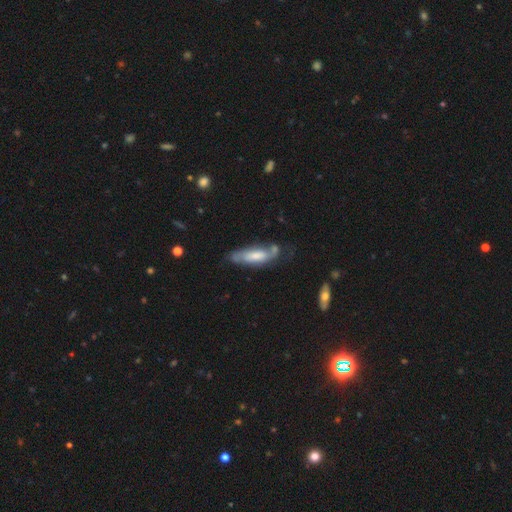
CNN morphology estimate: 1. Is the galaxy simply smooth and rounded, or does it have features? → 47% featured or disk (tied), 47% smooth (tied), 6% star or artifact.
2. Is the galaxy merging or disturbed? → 46% none, 28% minor disturbance, 16% major disturbance, 10% merger.